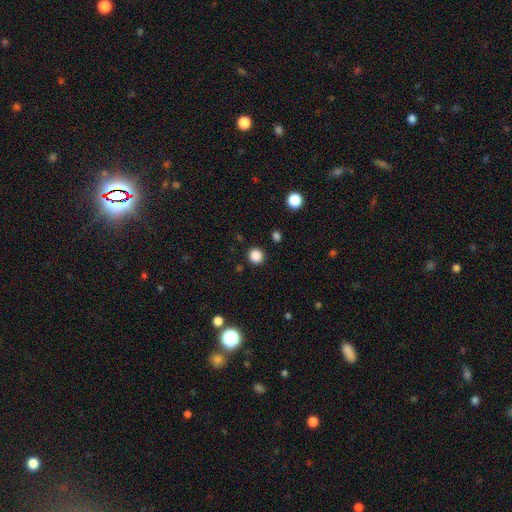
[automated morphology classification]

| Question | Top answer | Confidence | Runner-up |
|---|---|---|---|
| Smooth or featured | smooth | 85% | star or artifact (12%) |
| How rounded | round | 93% | in between (6%) |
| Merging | none | 91% | minor disturbance (6%) |